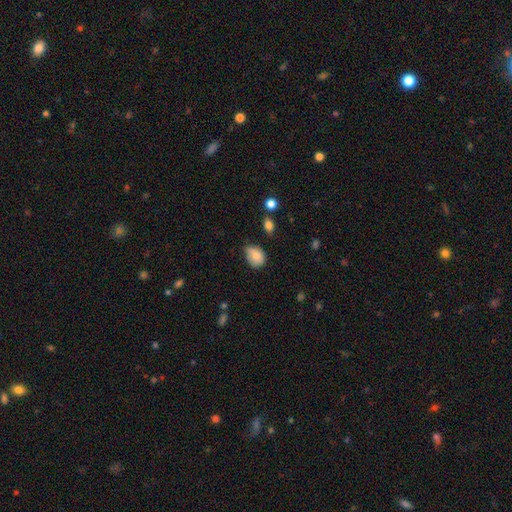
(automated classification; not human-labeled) Smooth or featured? Predicted: smooth (p=0.78). How rounded? Predicted: in between (p=0.57). Merging? Predicted: minor disturbance (p=0.47).